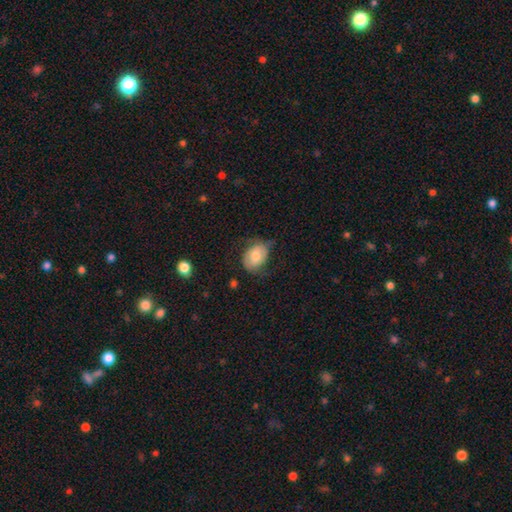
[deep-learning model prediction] This appears to be a smooth galaxy with no disk features (70%) that is in between round and cigar-shaped (72%). Merging: none (57%).